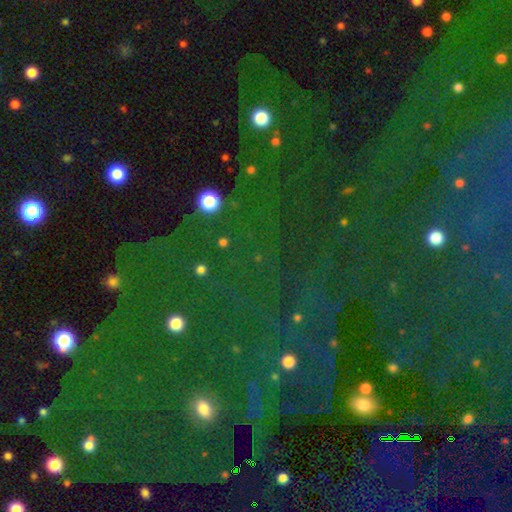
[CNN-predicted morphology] This appears to be a star or artifact, not a galaxy (79%).